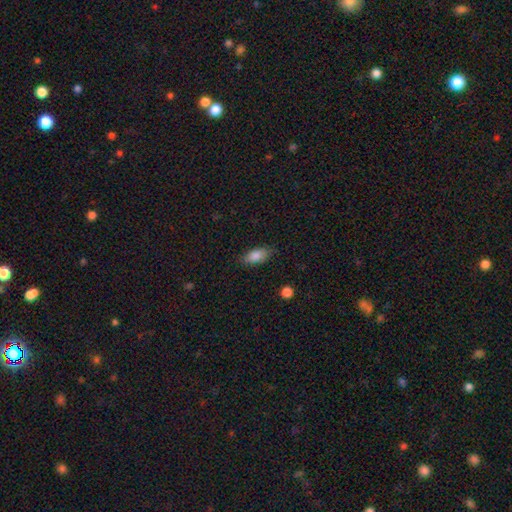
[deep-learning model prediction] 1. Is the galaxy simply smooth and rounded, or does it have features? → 84% smooth, 9% featured or disk, 7% star or artifact.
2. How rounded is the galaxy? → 86% in between, 10% cigar-shaped, 4% round.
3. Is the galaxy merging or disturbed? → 79% none, 16% minor disturbance, 4% major disturbance, 1% merger.